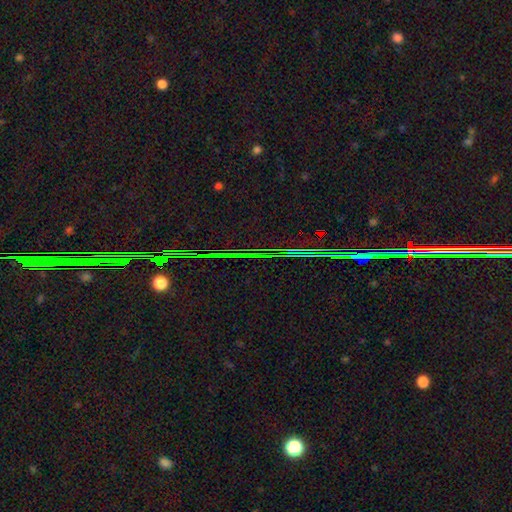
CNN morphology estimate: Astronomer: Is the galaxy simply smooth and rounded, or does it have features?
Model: star or artifact — 87%.